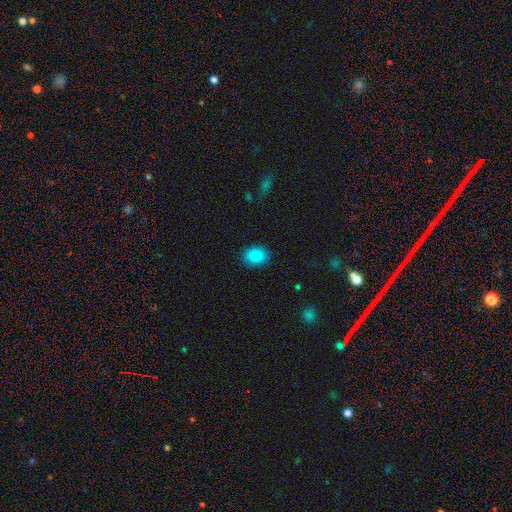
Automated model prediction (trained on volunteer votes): The model was most divided on "how rounded": in between: 71%, round: 28%, cigar-shaped: 1%. More confident: smooth or featured — smooth (89%); merging — none (87%).